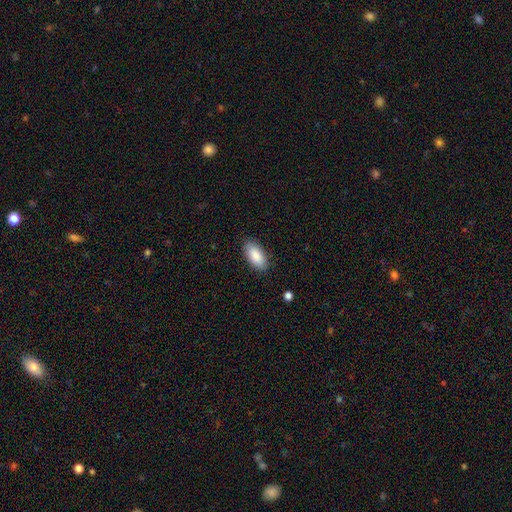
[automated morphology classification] The model was most divided on "merging": none: 87%, minor disturbance: 9%, major disturbance: 2%, merger: 1%. More confident: how rounded — in between (92%); smooth or featured — smooth (89%).